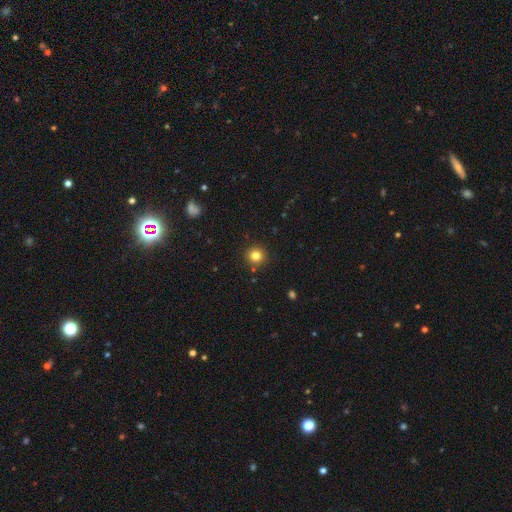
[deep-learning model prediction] This is clearly a smooth galaxy (82%). How rounded: clearly round (94%). Merging: clearly none (90%).